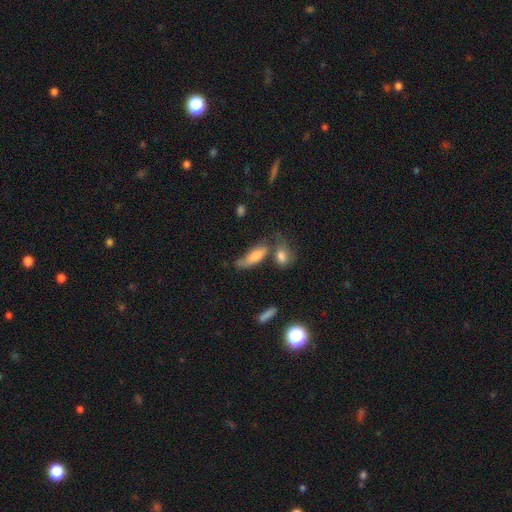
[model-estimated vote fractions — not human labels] Smooth or featured: smooth — 73% (featured or disk — 18%)
How rounded: in between — 58% (cigar-shaped — 38%)
Merging: none — 40% (minor disturbance — 24%)